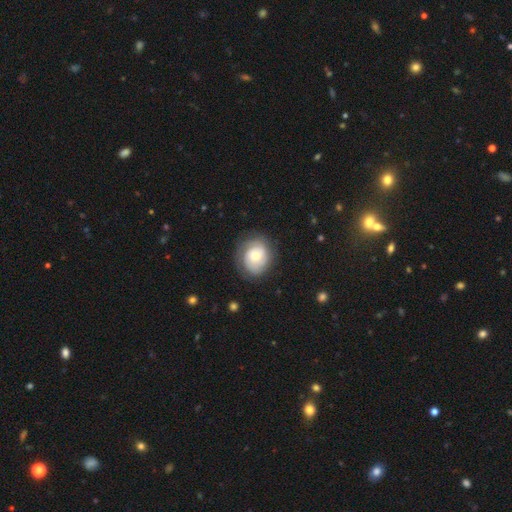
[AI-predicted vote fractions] Smooth or featured? Predicted: featured or disk (p=0.55). Edge-on disk? Predicted: no (p=0.97). Bar? Predicted: no (p=0.74). Spiral arms? Predicted: yes (p=0.79). Bulge size? Predicted: moderate (p=0.62). Merging? Predicted: none (p=0.75).